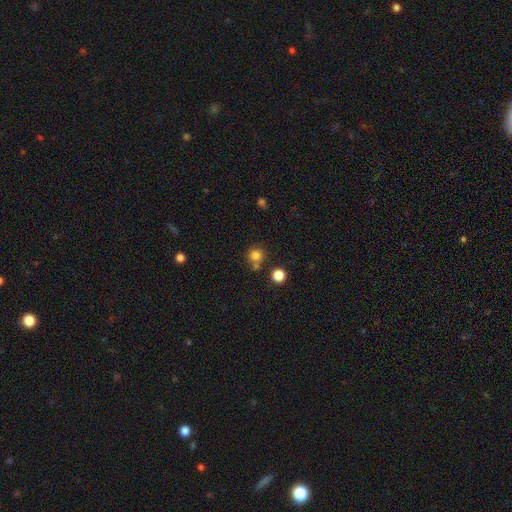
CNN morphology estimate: Smooth or featured? Predicted: smooth (p=0.79). How rounded? Predicted: round (p=0.92). Merging? Predicted: none (p=0.70).